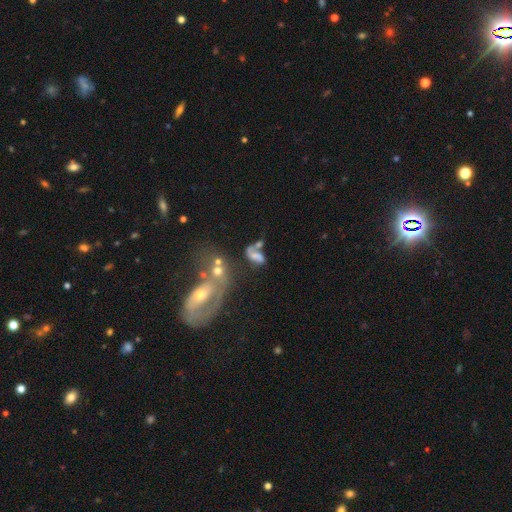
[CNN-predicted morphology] featured or disk 52%, smooth 35%, star or artifact 13%. Down the decision tree: edge-on disk — no (96%); merging — merger (36%).